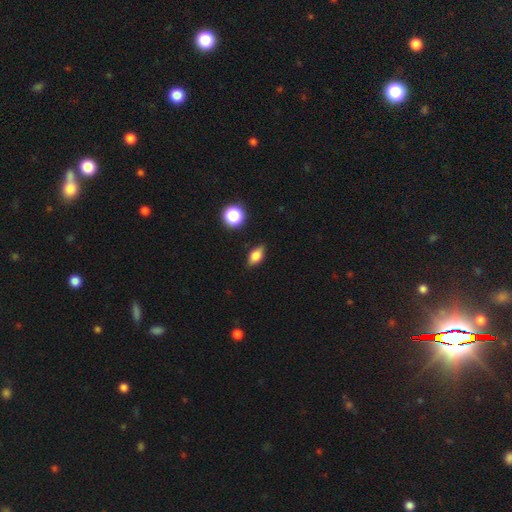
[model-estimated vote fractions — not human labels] smooth-or-featured: smooth: 74% | featured or disk: 17% | star or artifact: 9%
  how-rounded: in between: 80% | round: 12% | cigar-shaped: 9%
  merging: none: 83% | minor disturbance: 13% | major disturbance: 3% | merger: 2%